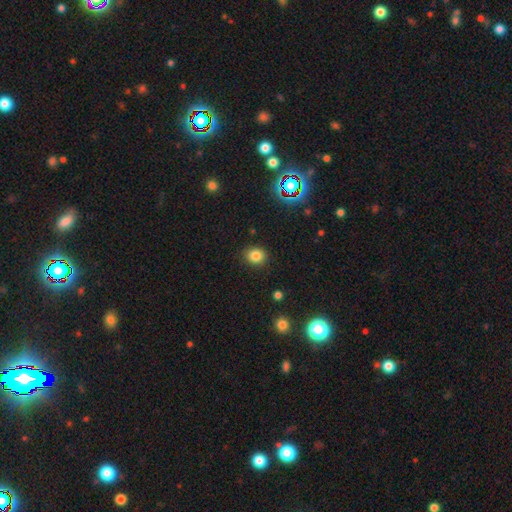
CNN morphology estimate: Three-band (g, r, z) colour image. It shows a smooth galaxy with no disk features (82%) that is round (73%). Merging: none (88%).